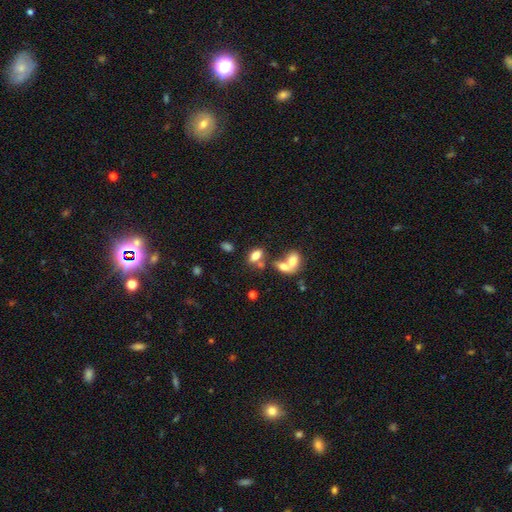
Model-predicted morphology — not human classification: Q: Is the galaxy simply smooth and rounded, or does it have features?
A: smooth — 76%.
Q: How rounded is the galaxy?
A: in between — 88%.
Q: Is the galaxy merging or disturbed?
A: none — 50%.